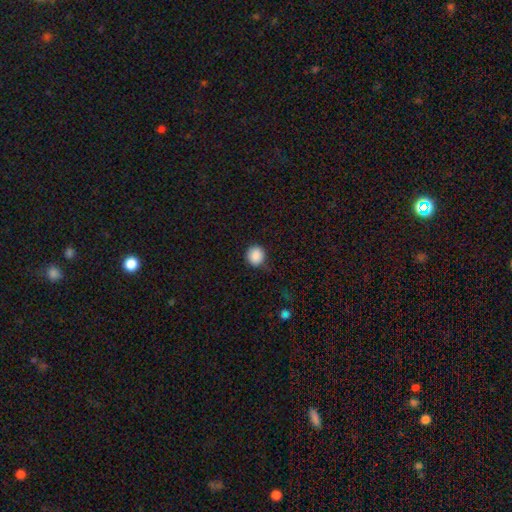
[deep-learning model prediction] Overall: smooth (89%). How rounded: round (90%). Merging: none (83%).